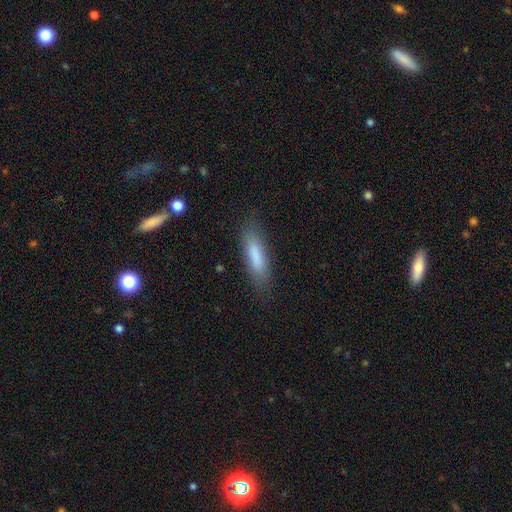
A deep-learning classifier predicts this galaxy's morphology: Smooth or featured: smooth — 81% (featured or disk — 12%)
How rounded: cigar-shaped — 65% (in between — 34%)
Merging: none — 82% (minor disturbance — 13%)